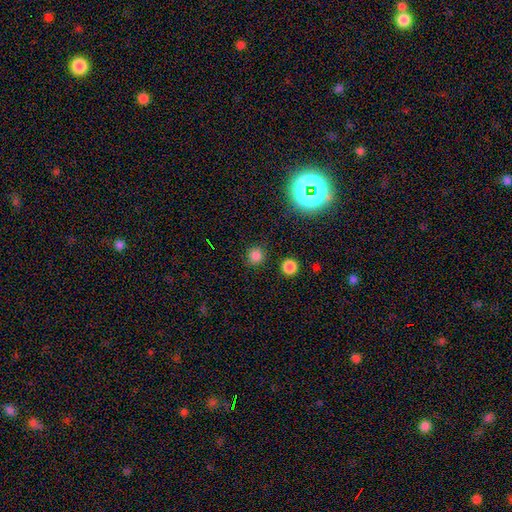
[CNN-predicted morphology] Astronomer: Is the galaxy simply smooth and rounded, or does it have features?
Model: smooth — 79%.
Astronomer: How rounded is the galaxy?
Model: round — 91%.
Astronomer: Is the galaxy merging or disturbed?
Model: none — 87%.